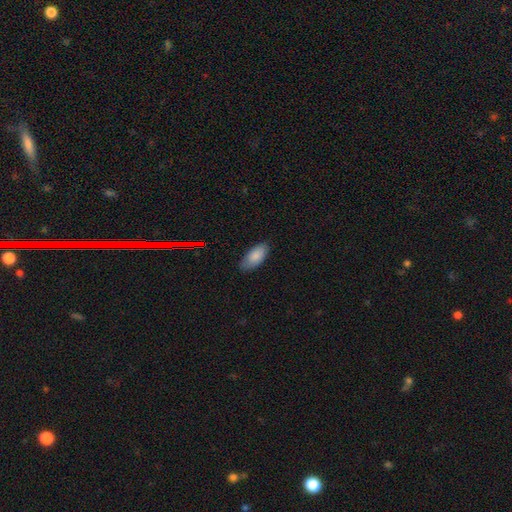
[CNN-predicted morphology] smooth-or-featured: smooth: 86% | featured or disk: 7% | star or artifact: 7%
  how-rounded: in between: 91% | cigar-shaped: 7% | round: 2%
  merging: none: 81% | minor disturbance: 15% | major disturbance: 3% | merger: 1%